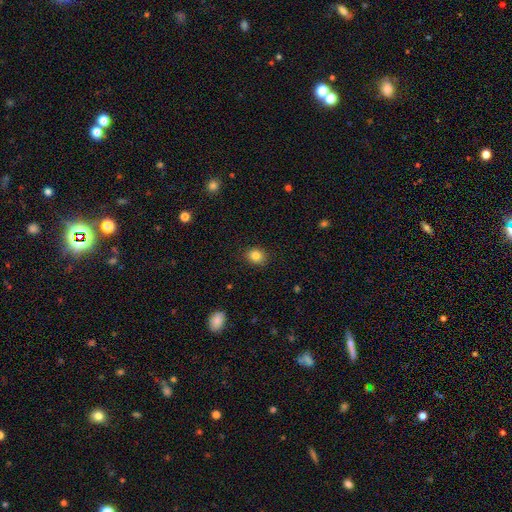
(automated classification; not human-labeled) smooth_or_featured: smooth (p=0.84) [alt: star or artifact p=0.10]
how_rounded: round (p=0.63) [alt: in between p=0.36]
merging: none (p=0.89) [alt: minor disturbance p=0.08]